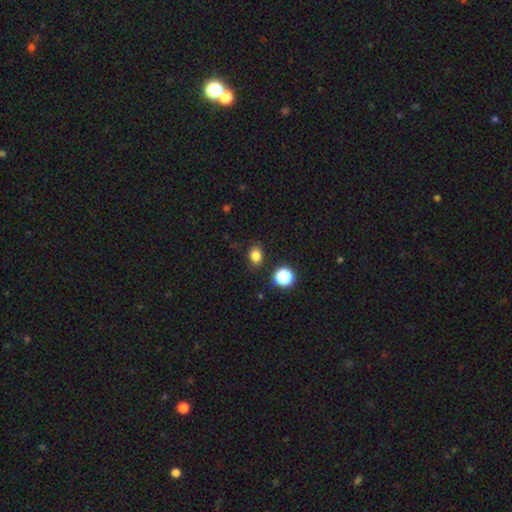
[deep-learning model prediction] This is clearly a smooth galaxy (81%). How rounded: possibly round (53%). Merging: clearly none (85%).